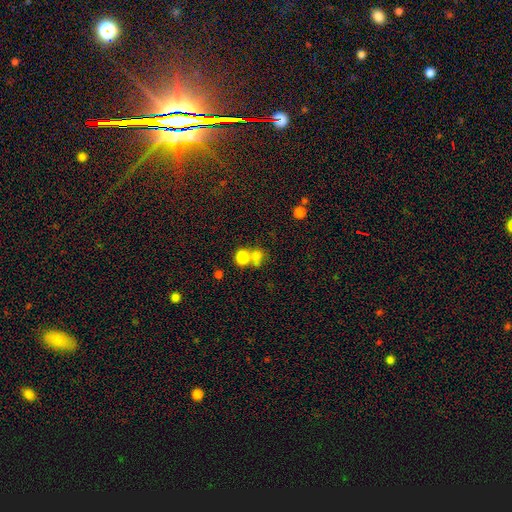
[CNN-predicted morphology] A smooth galaxy with no disk features (77%) that is round (77%). Merging: merger (48%).